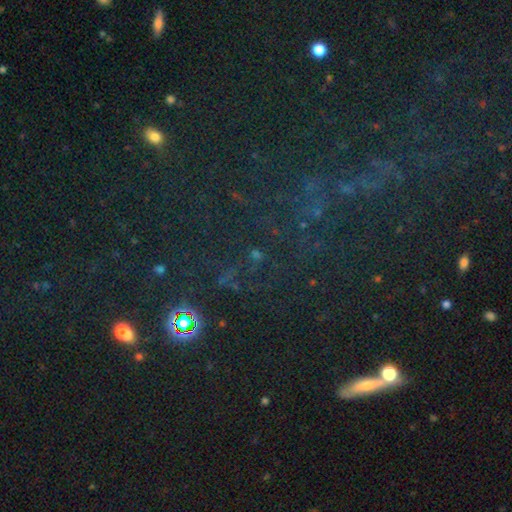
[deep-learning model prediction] Smooth or featured? star or artifact (73%)